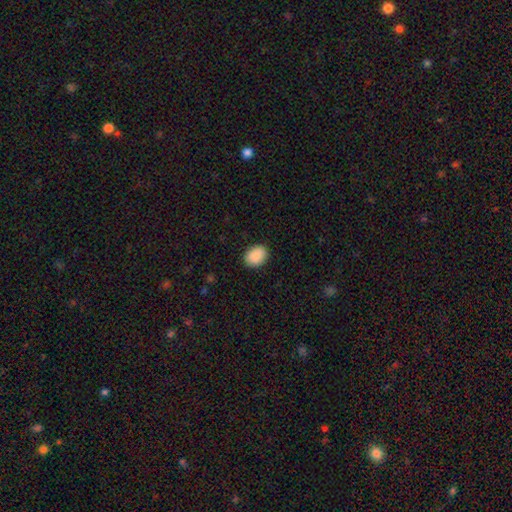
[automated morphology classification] Overall: smooth (90%). How rounded: in between (64%; round 35%). Merging: none (88%).